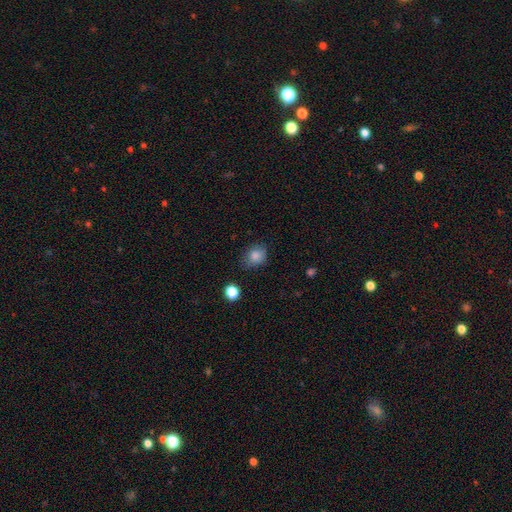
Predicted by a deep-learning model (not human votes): Smooth or featured: smooth — 83% (star or artifact — 11%)
How rounded: round — 57% (in between — 42%)
Merging: none — 72% (minor disturbance — 21%)